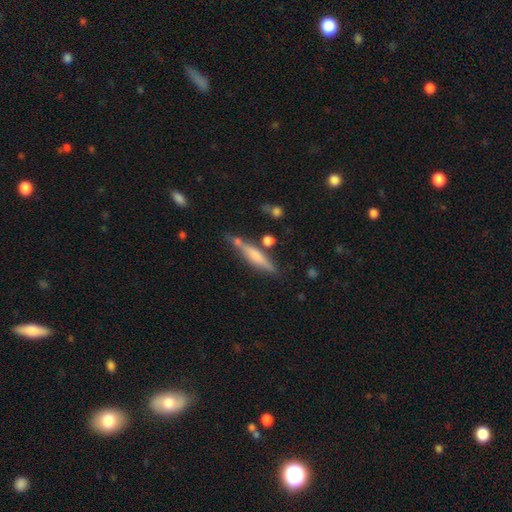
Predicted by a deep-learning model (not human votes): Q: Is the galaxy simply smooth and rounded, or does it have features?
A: smooth — 47%.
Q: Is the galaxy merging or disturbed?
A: none — 70%.